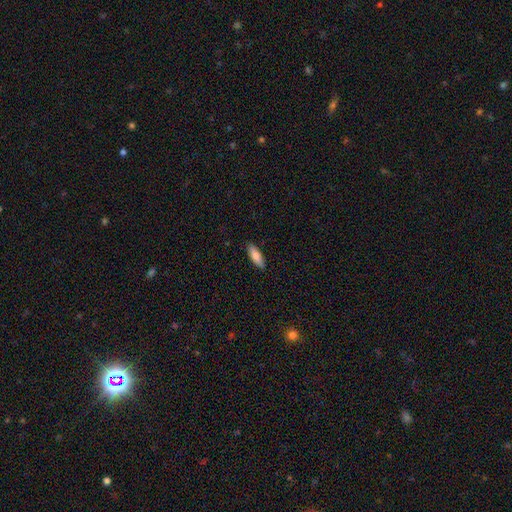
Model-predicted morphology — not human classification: This appears to be a smooth galaxy with no disk features (80%) that is in between round and cigar-shaped (59%). Merging: none (88%).